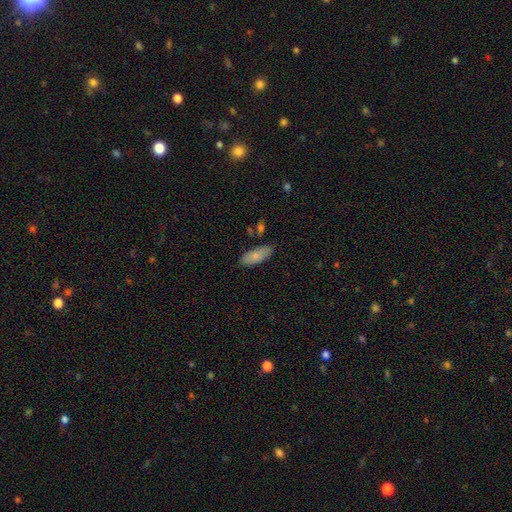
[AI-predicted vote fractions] Q: Smooth or featured?
A: smooth (79%); runner-up: featured or disk (15%)
Q: How rounded?
A: in between (82%); runner-up: cigar-shaped (16%)
Q: Merging?
A: none (78%); runner-up: minor disturbance (15%)